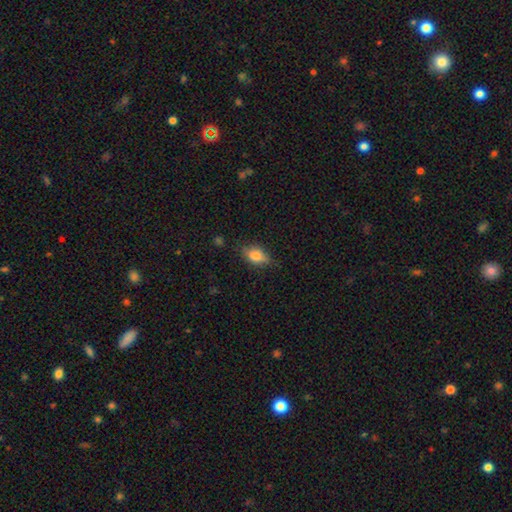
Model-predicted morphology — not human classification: Overall: smooth (74%). How rounded: in between (83%). Merging: none (75%).